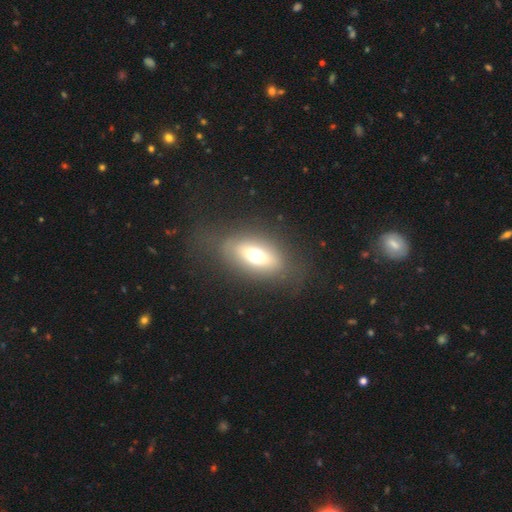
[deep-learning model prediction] smooth_or_featured: smooth (p=0.58) [alt: featured or disk p=0.29]
how_rounded: in between (p=0.77) [alt: round p=0.14]
merging: none (p=0.76) [alt: minor disturbance p=0.13]